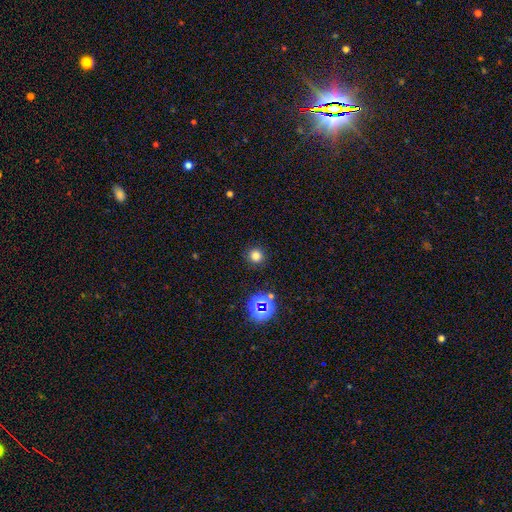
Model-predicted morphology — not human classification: smooth_or_featured: smooth (p=0.75) [alt: star or artifact p=0.20]
how_rounded: round (p=0.93) [alt: in between p=0.06]
merging: none (p=0.90) [alt: minor disturbance p=0.06]